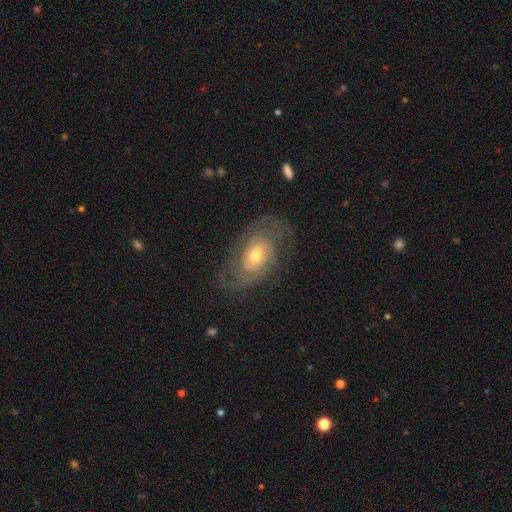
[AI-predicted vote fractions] The model was most divided on "bulge size": moderate: 53%, small: 41%, large: 4%, dominant: 1%, none: 1%. Remaining: edge-on disk — no (95%); spiral arms — yes (90%); smooth or featured — featured or disk (80%); merging — none (72%); bar — no (67%); spiral winding — tight (58%); spiral arm count — 2 (47%).